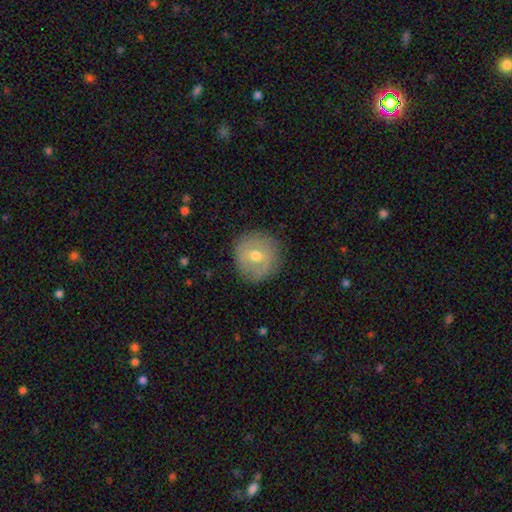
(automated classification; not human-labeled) A smooth galaxy with no disk features (49%).

Vote fractions:
- Smooth or featured? smooth: 49% / featured or disk: 42% / star or artifact: 9%
- Merging? none: 85% / minor disturbance: 11% / major disturbance: 3% / merger: 1%